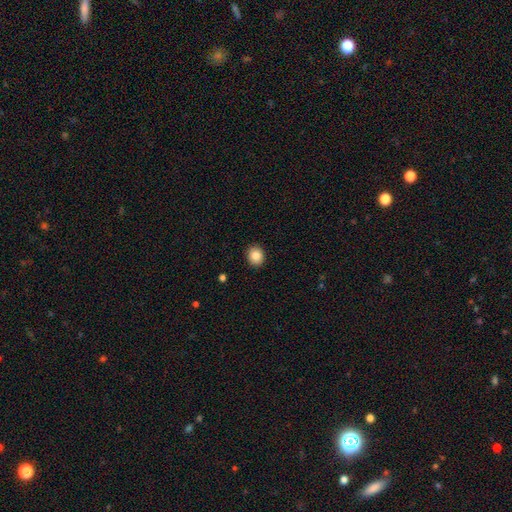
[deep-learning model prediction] Smooth or featured: smooth — 86% (star or artifact — 9%)
How rounded: round — 65% (in between — 34%)
Merging: none — 92% (minor disturbance — 6%)